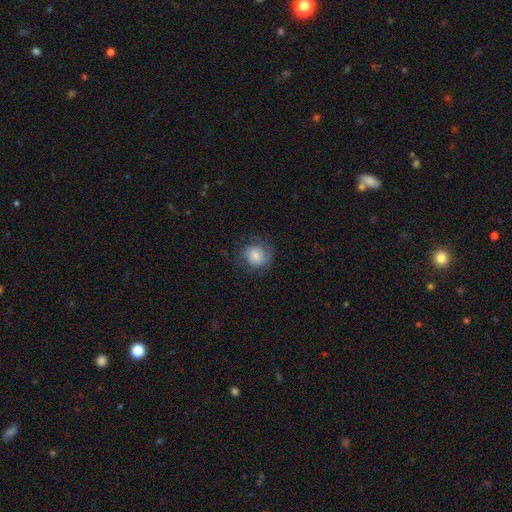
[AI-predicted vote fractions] Smooth or featured? Predicted: smooth (p=0.71). How rounded? Predicted: round (p=0.79). Merging? Predicted: none (p=0.69).